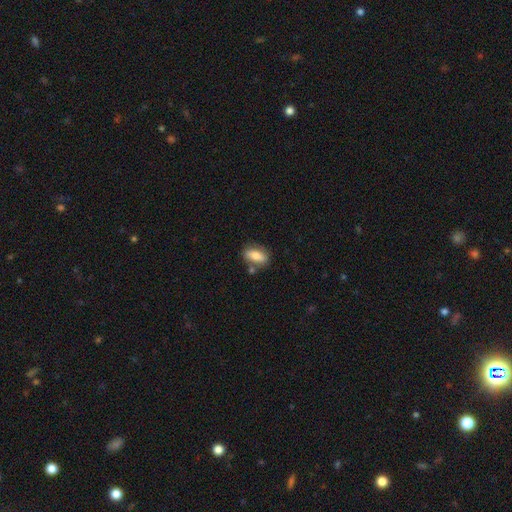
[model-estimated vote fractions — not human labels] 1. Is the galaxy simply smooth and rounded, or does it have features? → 75% smooth, 18% featured or disk, 7% star or artifact.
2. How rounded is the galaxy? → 79% in between, 14% cigar-shaped, 6% round.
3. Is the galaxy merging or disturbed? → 71% none, 15% minor disturbance, 10% merger, 4% major disturbance.